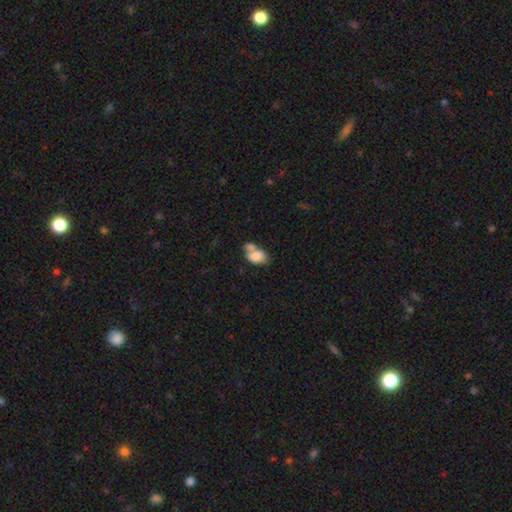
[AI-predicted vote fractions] smooth 78%, featured or disk 14%, star or artifact 8%. Down the decision tree: how rounded — in between (85%); merging — merger (53%).